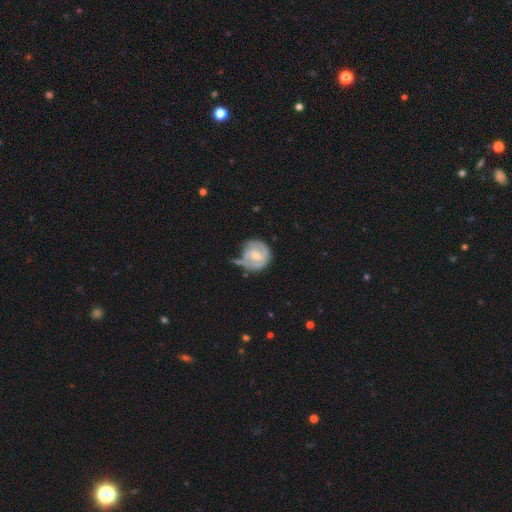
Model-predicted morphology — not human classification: smooth_or_featured: featured or disk (p=0.75) [alt: smooth p=0.20]
disk_edge_on: no (p=0.98) [alt: yes p=0.02]
bar: no (p=0.46) [alt: weak p=0.44]
has_spiral_arms: yes (p=0.90) [alt: no p=0.10]
spiral_winding: tight (p=0.58) [alt: medium p=0.32]
spiral_arm_count: 2 (p=0.57) [alt: can't tell p=0.20]
bulge_size: moderate (p=0.53) [alt: small p=0.42]
merging: none (p=0.47) [alt: minor disturbance p=0.30]